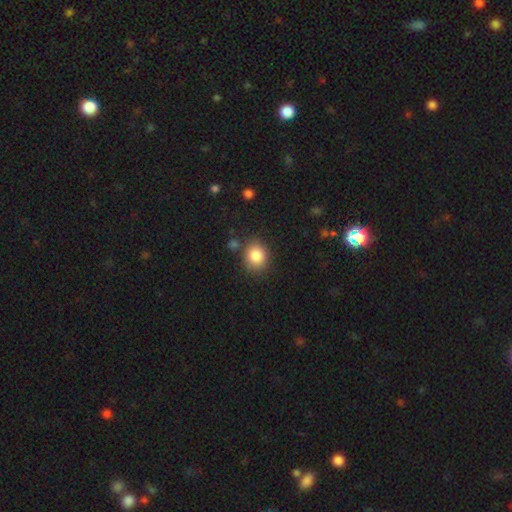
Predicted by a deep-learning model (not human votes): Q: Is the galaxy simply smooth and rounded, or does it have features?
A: smooth — 85%.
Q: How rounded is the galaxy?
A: round — 69%.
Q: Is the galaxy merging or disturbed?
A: none — 80%.